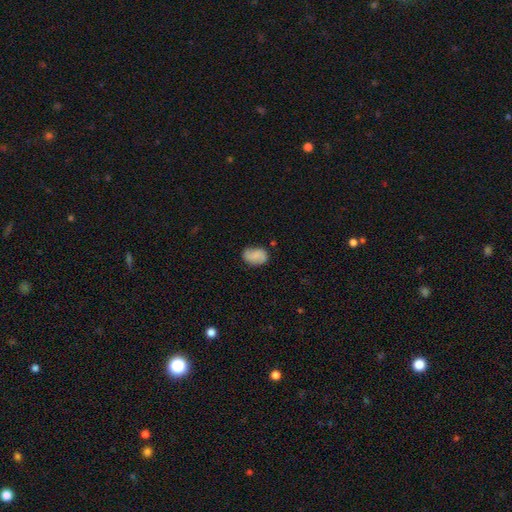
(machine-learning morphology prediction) Smooth or featured? Predicted: smooth (p=0.63). How rounded? Predicted: in between (p=0.80). Merging? Predicted: none (p=0.70).